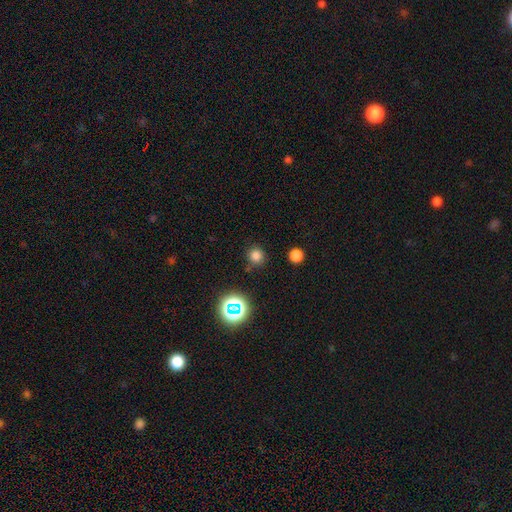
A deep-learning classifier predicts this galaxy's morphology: Smooth or featured: smooth — 74% (star or artifact — 21%)
How rounded: round — 93% (in between — 6%)
Merging: none — 85% (minor disturbance — 8%)